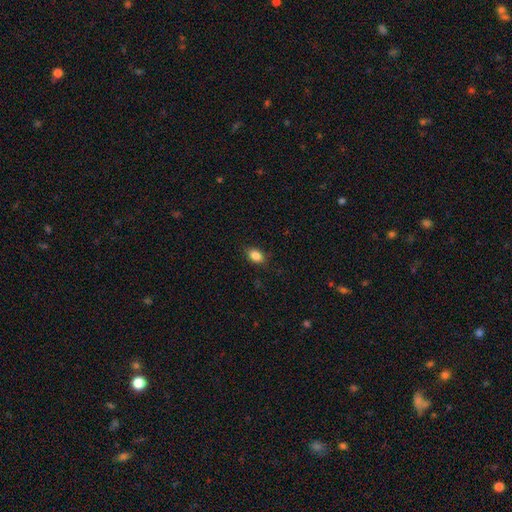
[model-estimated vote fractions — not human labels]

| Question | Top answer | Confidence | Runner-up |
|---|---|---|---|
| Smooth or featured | smooth | 86% | star or artifact (9%) |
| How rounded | in between | 78% | round (20%) |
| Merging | none | 85% | minor disturbance (11%) |